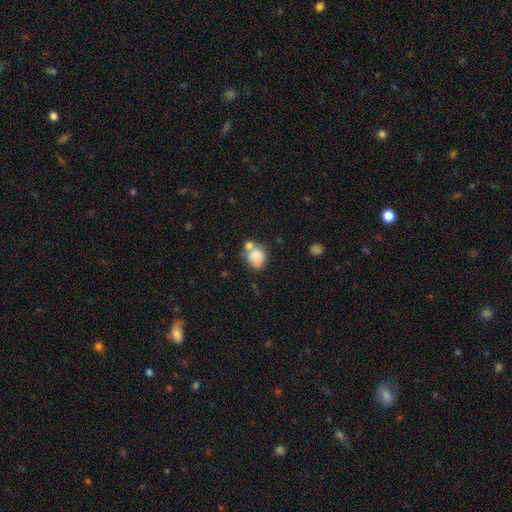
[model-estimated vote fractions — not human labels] The model was most divided on "merging": none: 40%, merger: 35%, minor disturbance: 18%, major disturbance: 8%. More confident: smooth or featured — smooth (78%); how rounded — round (58%).